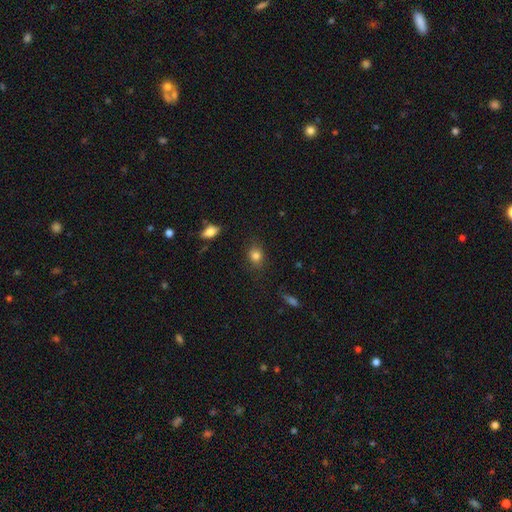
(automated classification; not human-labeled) Morphology: type=smooth (82%); roundness=round (52%); merging=none (81%).